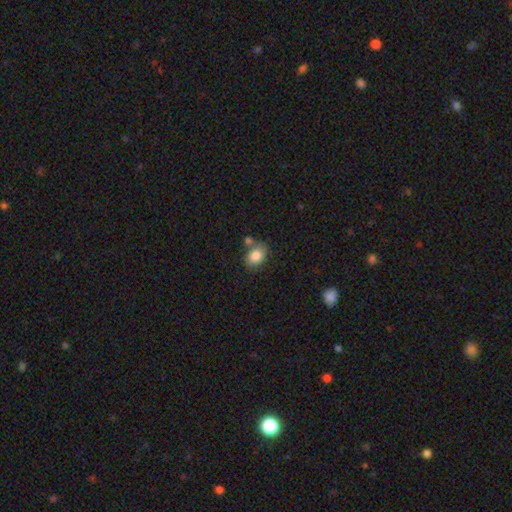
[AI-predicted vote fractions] Overall: smooth (84%). How rounded: in between (75%). Merging: none (60%).